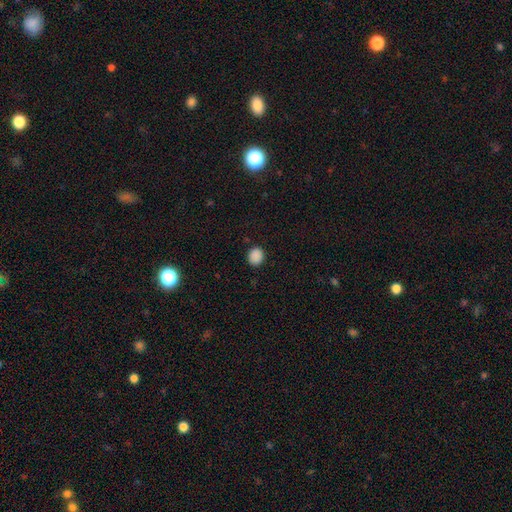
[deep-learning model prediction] smooth-or-featured: smooth: 88% | star or artifact: 10% | featured or disk: 2%
  how-rounded: round: 75% | in between: 25% | cigar-shaped: 1%
  merging: none: 89% | minor disturbance: 8% | major disturbance: 2% | merger: 1%